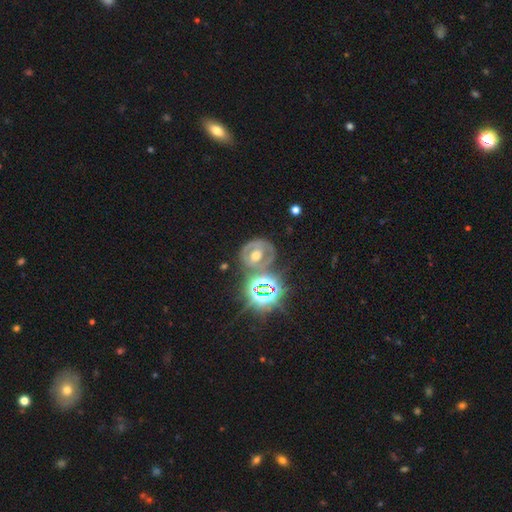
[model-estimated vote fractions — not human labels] A featured or disk galaxy (44%). Merging: none (63%).